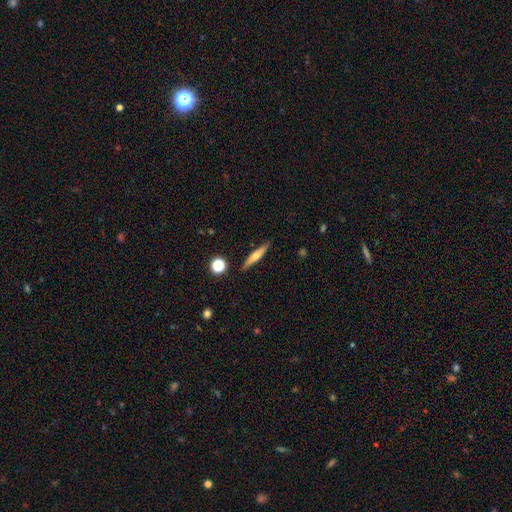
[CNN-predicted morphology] smooth-or-featured: smooth: 47% | featured or disk: 45% | star or artifact: 8%
  merging: none: 87% | minor disturbance: 9% | merger: 2% | major disturbance: 2%